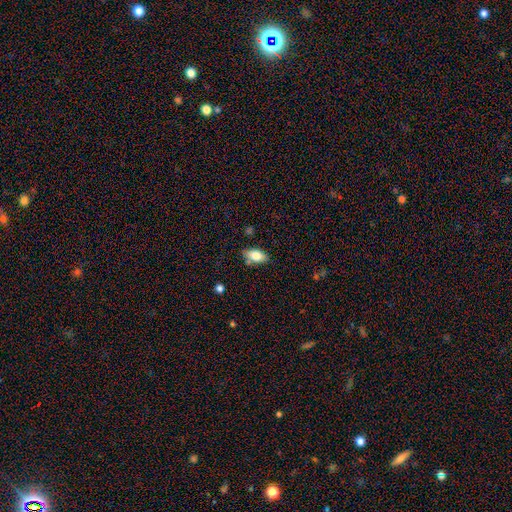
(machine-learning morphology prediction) smooth 79%, featured or disk 13%, star or artifact 8%. Down the decision tree: how rounded — in between (90%); merging — none (74%).